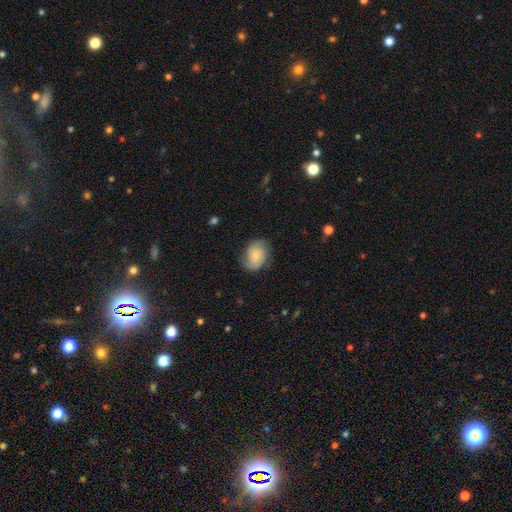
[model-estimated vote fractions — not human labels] This appears to be a smooth galaxy with no disk features (52%) that is in between round and cigar-shaped (58%). Merging: none (72%).